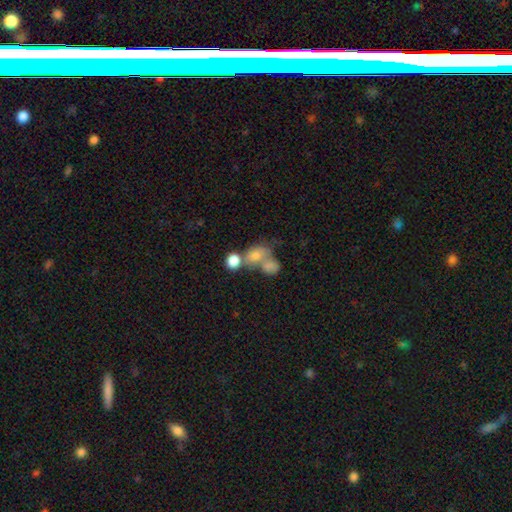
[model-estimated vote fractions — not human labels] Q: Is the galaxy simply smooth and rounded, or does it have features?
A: smooth — 70%.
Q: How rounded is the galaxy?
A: in between — 50%.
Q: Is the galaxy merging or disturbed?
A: merger — 52%.